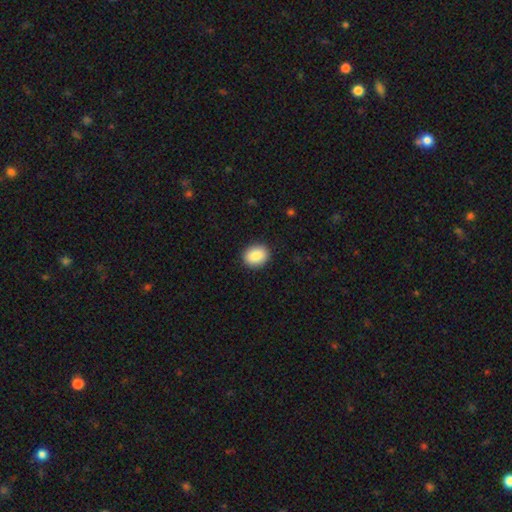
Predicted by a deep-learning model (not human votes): smooth_or_featured: smooth (p=0.87) [alt: star or artifact p=0.08]
how_rounded: round (p=0.55) [alt: in between p=0.44]
merging: none (p=0.90) [alt: minor disturbance p=0.07]